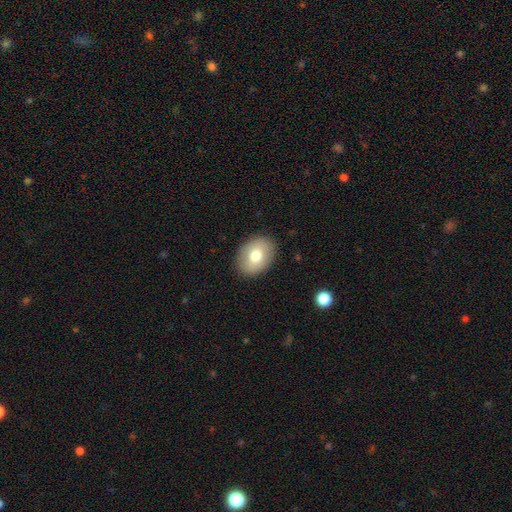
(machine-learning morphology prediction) Smooth or featured? Predicted: smooth (p=0.73). How rounded? Predicted: in between (p=0.72). Merging? Predicted: none (p=0.88).